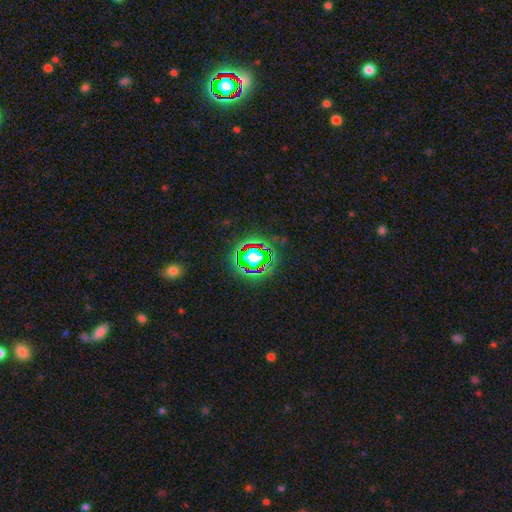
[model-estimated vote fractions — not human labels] This is likely a star or artifact rather than a galaxy (65%).